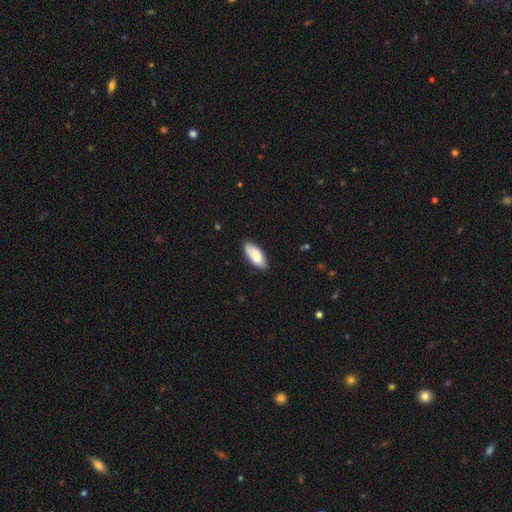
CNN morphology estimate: This is clearly a smooth galaxy (83%). How rounded: clearly in between (83%). Merging: clearly none (83%).